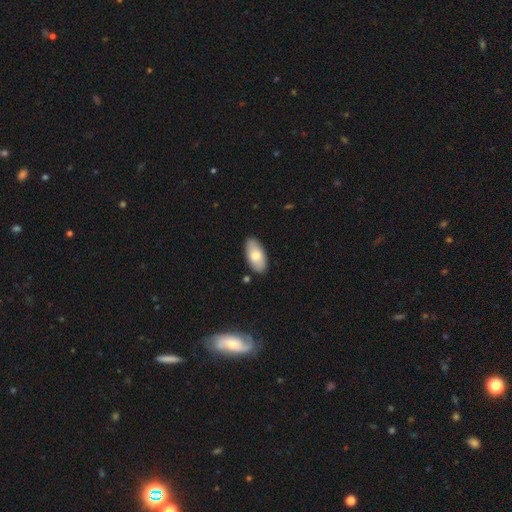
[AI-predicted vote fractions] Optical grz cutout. It shows a smooth galaxy with no disk features (74%) that is in between round and cigar-shaped (93%). Merging: none (85%).